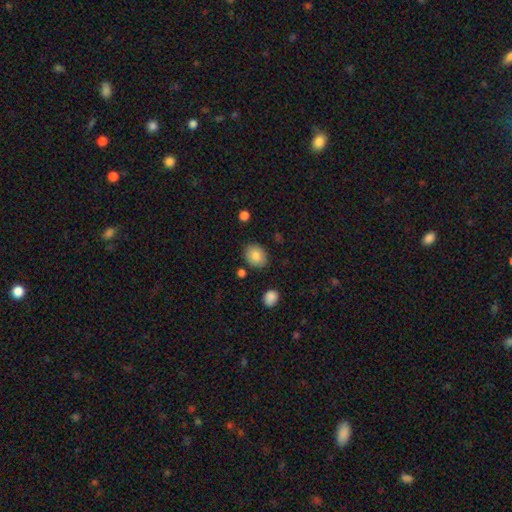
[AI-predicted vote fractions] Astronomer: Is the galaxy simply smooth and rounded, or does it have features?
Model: smooth — 84%.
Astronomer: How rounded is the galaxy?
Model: in between — 53% (runner-up: round, 46%).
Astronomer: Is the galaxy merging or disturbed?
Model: none — 83%.